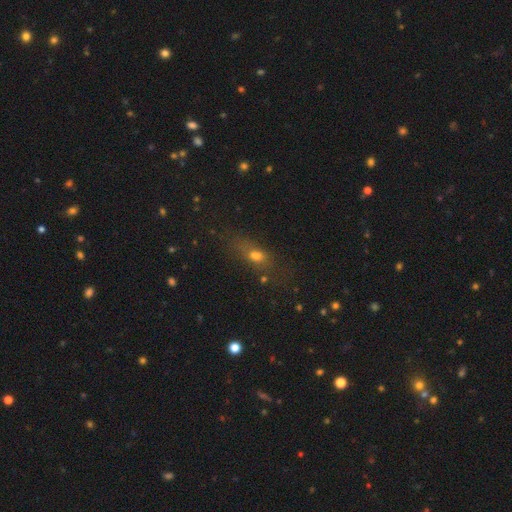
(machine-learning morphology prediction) Smooth or featured?
  - smooth: 62% *
  - star or artifact: 20%
  - featured or disk: 19%
How rounded?
  - in between: 59% *
  - cigar-shaped: 23%
  - round: 18%
Merging?
  - none: 56% *
  - minor disturbance: 21%
  - major disturbance: 15%
  - merger: 9%